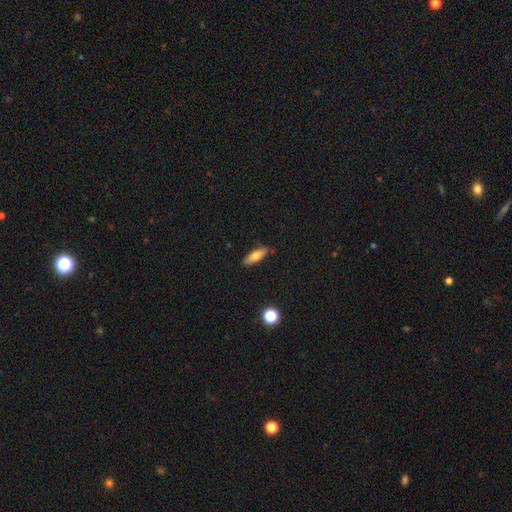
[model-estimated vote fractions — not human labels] Q: Smooth or featured?
A: smooth (67%); runner-up: featured or disk (26%)
Q: How rounded?
A: cigar-shaped (50%); runner-up: in between (47%)
Q: Merging?
A: none (85%); runner-up: minor disturbance (11%)